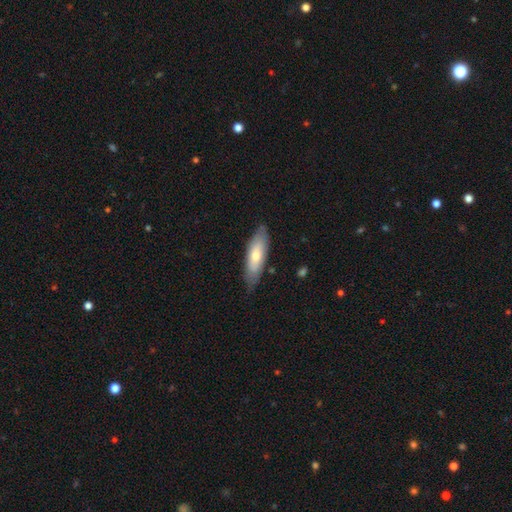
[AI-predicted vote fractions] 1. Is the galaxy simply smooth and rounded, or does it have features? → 64% smooth, 31% featured or disk, 5% star or artifact.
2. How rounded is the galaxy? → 58% in between, 40% cigar-shaped, 2% round.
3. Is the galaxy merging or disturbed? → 76% none, 19% minor disturbance, 3% major disturbance, 2% merger.